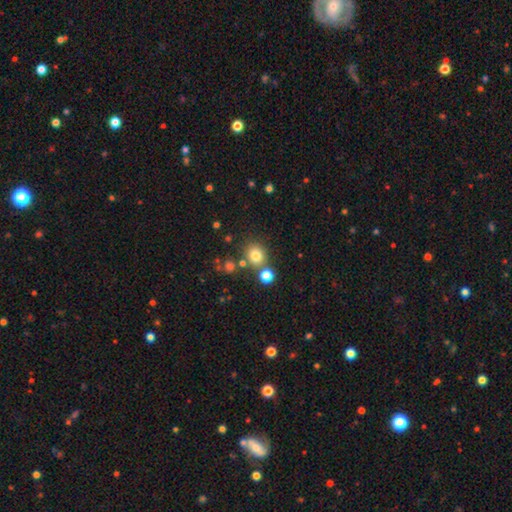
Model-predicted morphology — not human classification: The model was most divided on "merging": none: 73%, merger: 14%, minor disturbance: 9%, major disturbance: 4%. More confident: how rounded — round (82%); smooth or featured — smooth (77%).